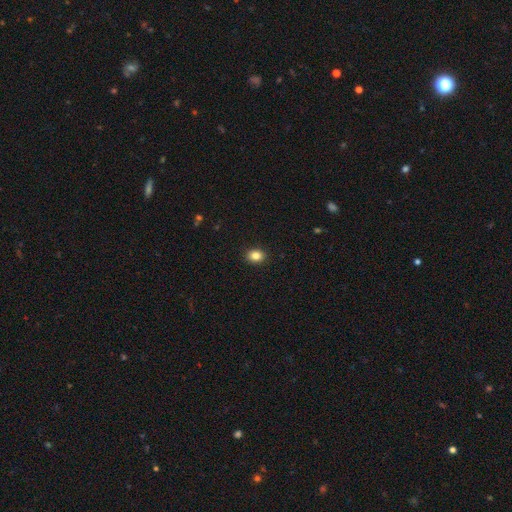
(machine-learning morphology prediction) A smooth galaxy with no disk features (85%) that is in between round and cigar-shaped (54%). Merging: none (91%).